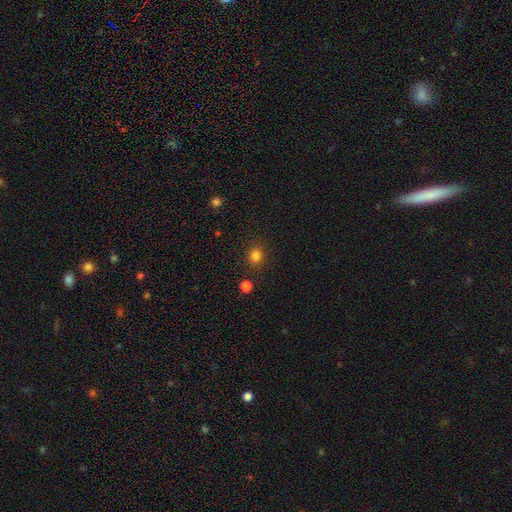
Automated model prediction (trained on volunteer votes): Smooth or featured? smooth (81%)
How rounded? round (85%)
Merging? none (89%)